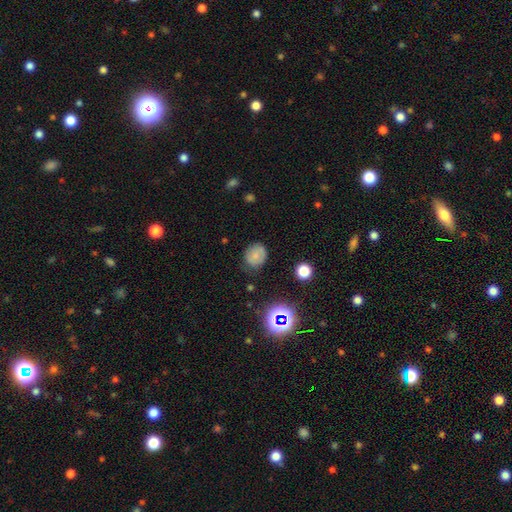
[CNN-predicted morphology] Overall: smooth (68%). How rounded: round (72%). Merging: none (72%).